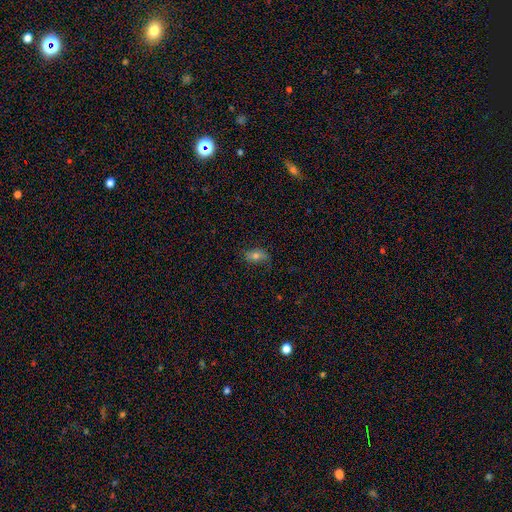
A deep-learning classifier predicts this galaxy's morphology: smooth_or_featured: smooth (p=0.64) [alt: featured or disk p=0.22]
how_rounded: in between (p=0.83) [alt: round p=0.13]
merging: none (p=0.72) [alt: minor disturbance p=0.21]